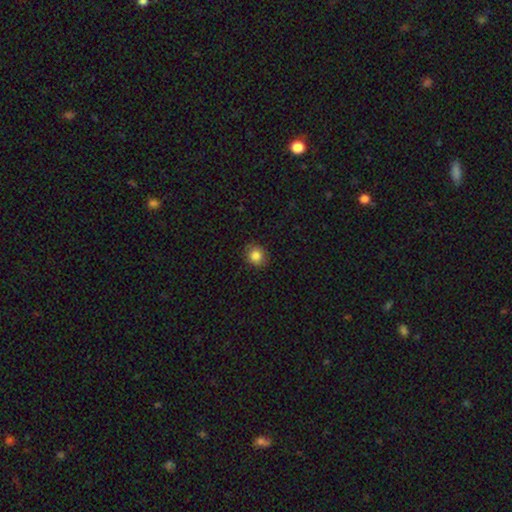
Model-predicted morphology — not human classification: smooth_or_featured: smooth (p=0.85) [alt: star or artifact p=0.10]
how_rounded: round (p=0.78) [alt: in between p=0.21]
merging: none (p=0.88) [alt: minor disturbance p=0.08]